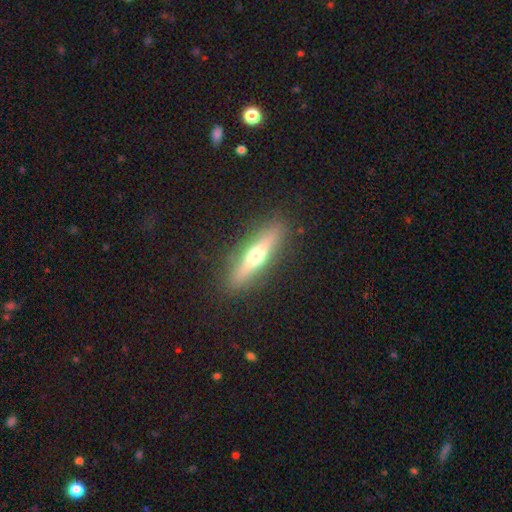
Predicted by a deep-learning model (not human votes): A featured or disk galaxy (53%) viewed edge-on (88%). Merging: none (88%).